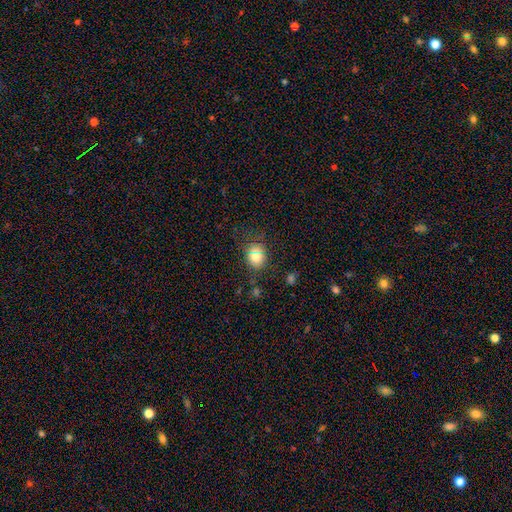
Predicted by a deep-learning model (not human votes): Smooth or featured: smooth — 79% (star or artifact — 11%)
How rounded: round — 62% (in between — 37%)
Merging: none — 76% (minor disturbance — 16%)